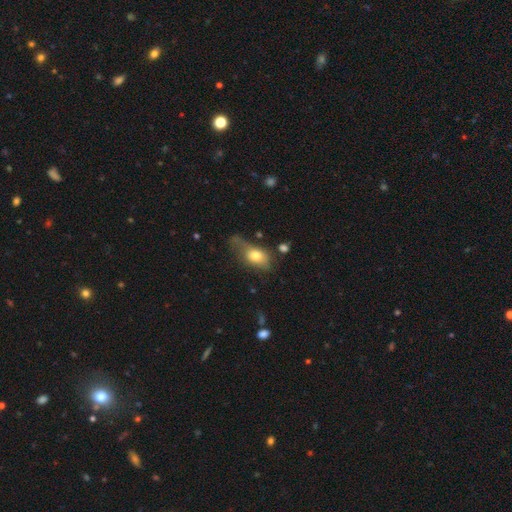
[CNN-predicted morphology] smooth_or_featured: smooth (p=0.73) [alt: featured or disk p=0.18]
how_rounded: in between (p=0.78) [alt: round p=0.17]
merging: minor disturbance (p=0.31) [tied with: none p=0.31, major disturbance p=0.31]